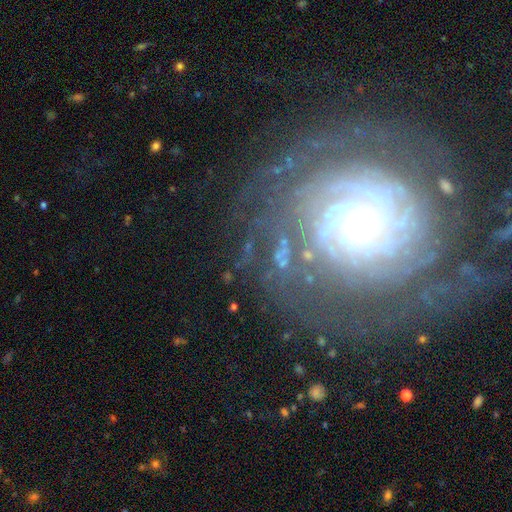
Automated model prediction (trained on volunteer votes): This appears to be a featured or disk galaxy (87%) with no bar (69%), tight (82%) spiral arms (97%) and a small central bulge (61%). Merging: none (72%).